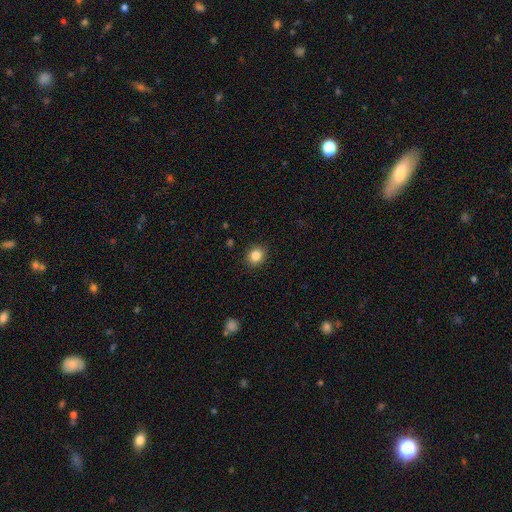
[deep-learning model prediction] Smooth or featured?
  - smooth: 84% *
  - star or artifact: 10%
  - featured or disk: 5%
How rounded?
  - round: 77% *
  - in between: 22%
  - cigar-shaped: 1%
Merging?
  - none: 90% *
  - minor disturbance: 7%
  - major disturbance: 2%
  - merger: 1%